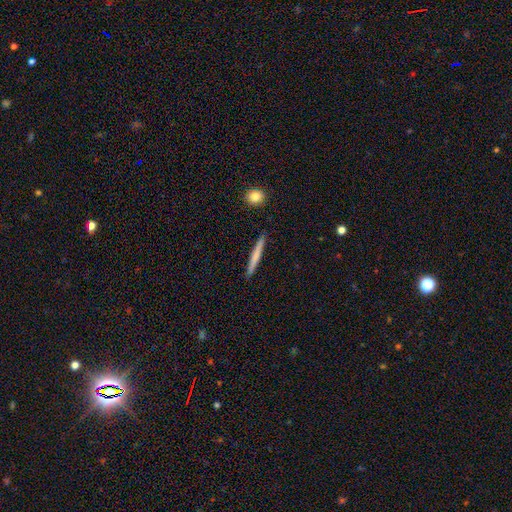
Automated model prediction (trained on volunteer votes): Overall: smooth (62%; featured or disk 33%). How rounded: cigar-shaped (96%). Merging: none (91%).